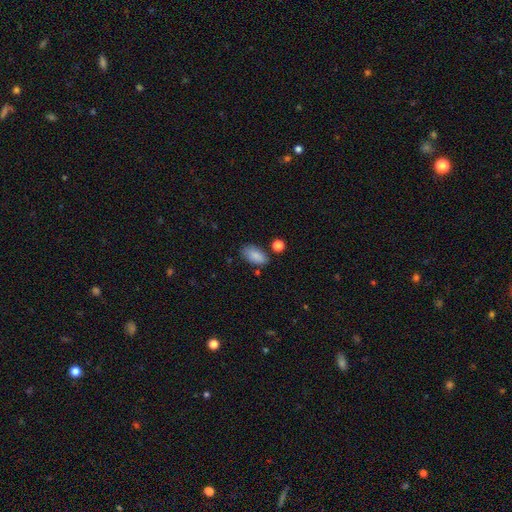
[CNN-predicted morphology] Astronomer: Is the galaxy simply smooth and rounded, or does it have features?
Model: smooth — 87%.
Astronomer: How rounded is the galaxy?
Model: in between — 93%.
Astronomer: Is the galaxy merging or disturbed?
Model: none — 73%.